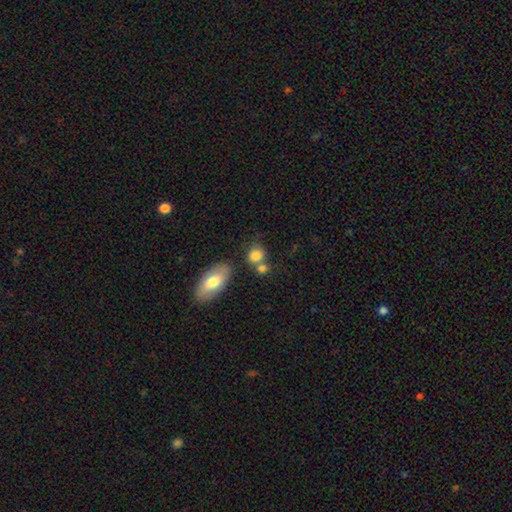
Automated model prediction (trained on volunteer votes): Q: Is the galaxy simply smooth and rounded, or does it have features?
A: smooth — 83%.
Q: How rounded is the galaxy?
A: round — 55%.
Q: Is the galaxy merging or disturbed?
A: none — 50%.